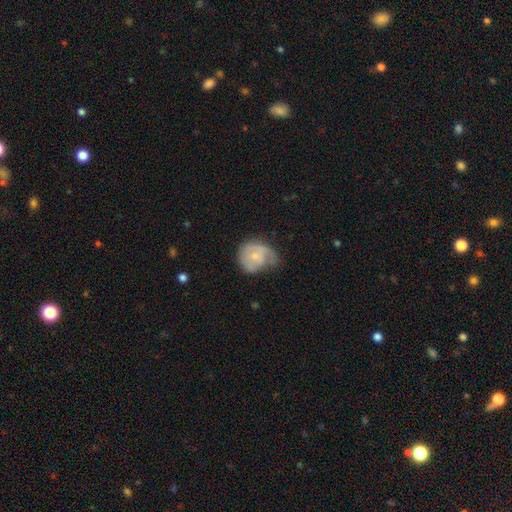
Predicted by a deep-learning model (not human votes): smooth_or_featured: smooth (p=0.54) [alt: featured or disk p=0.40]
how_rounded: round (p=0.69) [alt: in between p=0.30]
merging: minor disturbance (p=0.39) [alt: none p=0.32]